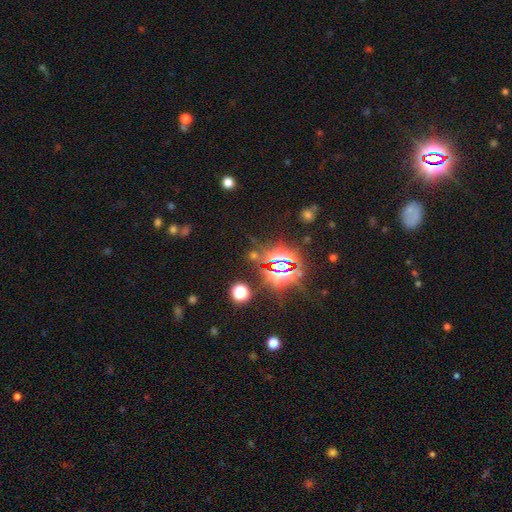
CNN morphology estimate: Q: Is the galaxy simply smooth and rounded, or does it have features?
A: star or artifact — 80%.